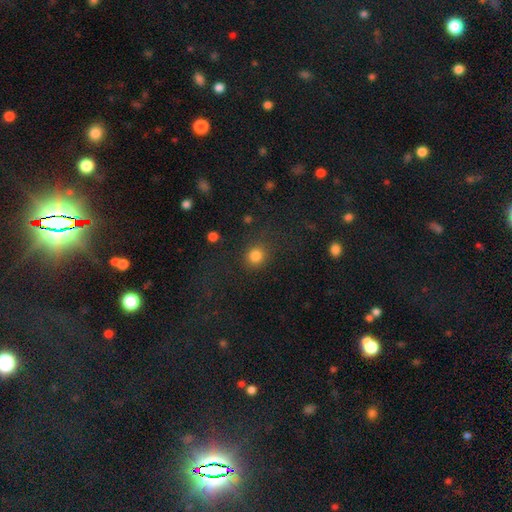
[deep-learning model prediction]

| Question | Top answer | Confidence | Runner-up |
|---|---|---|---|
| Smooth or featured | smooth | 81% | star or artifact (13%) |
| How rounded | round | 86% | in between (13%) |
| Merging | none | 80% | minor disturbance (10%) |